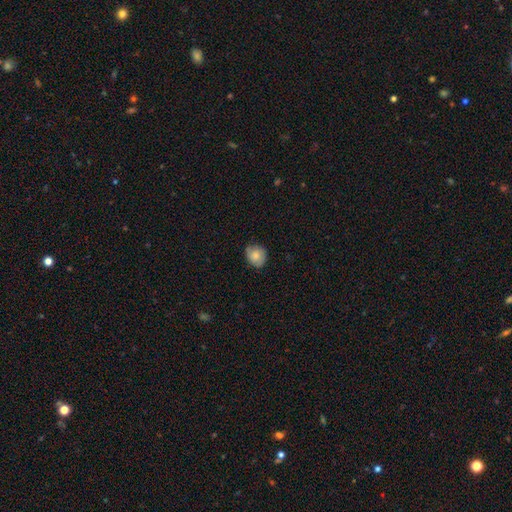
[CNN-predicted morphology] smooth 78%, featured or disk 14%, star or artifact 8%. Down the decision tree: how rounded — round (72%); merging — none (74%).